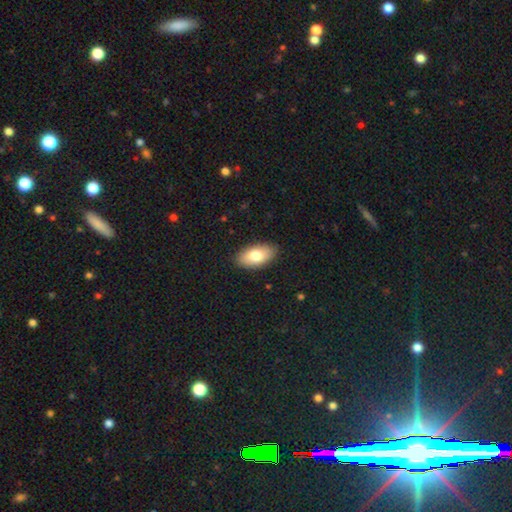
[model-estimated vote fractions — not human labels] Smooth or featured?
  - smooth: 79% *
  - featured or disk: 15%
  - star or artifact: 6%
How rounded?
  - in between: 94% *
  - round: 3%
  - cigar-shaped: 3%
Merging?
  - none: 88% *
  - minor disturbance: 9%
  - major disturbance: 2%
  - merger: 1%